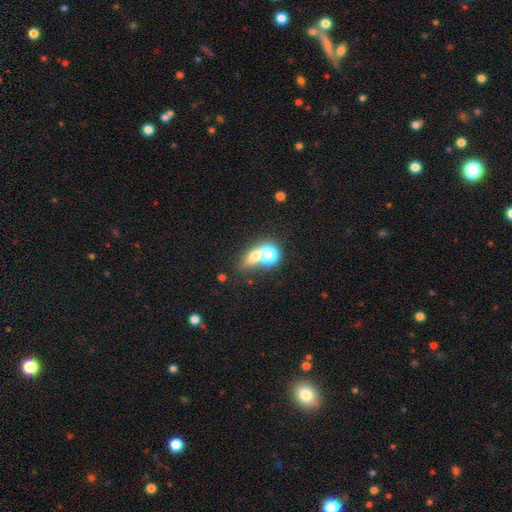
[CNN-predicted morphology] smooth-or-featured: smooth: 59% | star or artifact: 26% | featured or disk: 15%
  how-rounded: in between: 49% | round: 43% | cigar-shaped: 8%
  merging: none: 48% | merger: 35% | minor disturbance: 10% | major disturbance: 7%